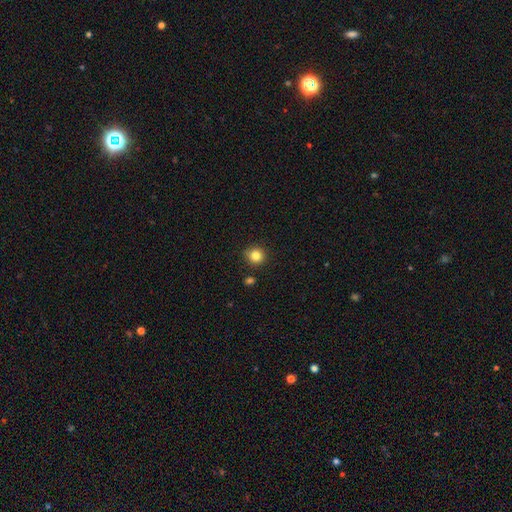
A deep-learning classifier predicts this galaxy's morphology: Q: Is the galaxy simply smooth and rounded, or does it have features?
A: smooth — 83%.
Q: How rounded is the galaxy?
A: round — 92%.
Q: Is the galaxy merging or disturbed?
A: none — 87%.